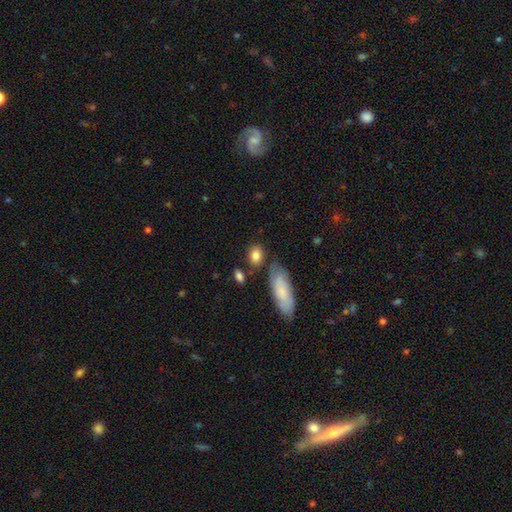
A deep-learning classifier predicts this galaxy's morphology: This appears to be a smooth galaxy with no disk features (83%) that is in between round and cigar-shaped (66%). Merging: none (70%).